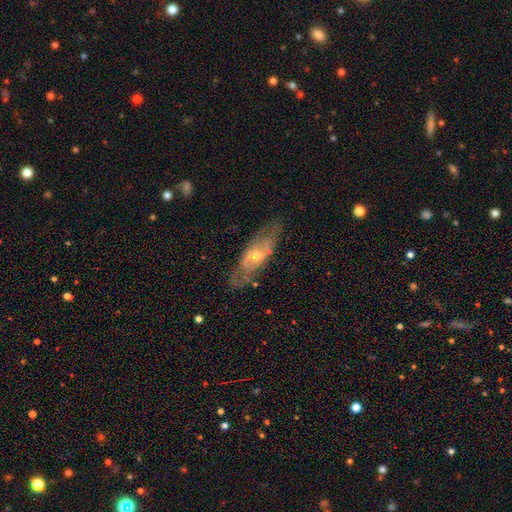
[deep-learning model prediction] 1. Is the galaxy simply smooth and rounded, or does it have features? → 69% featured or disk, 24% smooth, 7% star or artifact.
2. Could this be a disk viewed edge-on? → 75% no, 25% yes.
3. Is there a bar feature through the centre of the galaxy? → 66% no, 27% weak, 7% strong.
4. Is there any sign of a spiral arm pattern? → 60% yes, 40% no.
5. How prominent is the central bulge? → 53% moderate, 42% small, 3% large, 1% none, 1% dominant.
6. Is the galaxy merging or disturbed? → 75% none, 18% minor disturbance, 6% major disturbance, 2% merger.